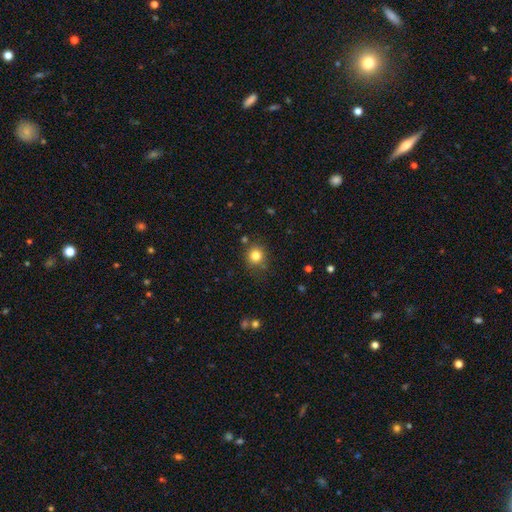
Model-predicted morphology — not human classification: A smooth galaxy with no disk features (81%) that is round (90%). Merging: none (80%).